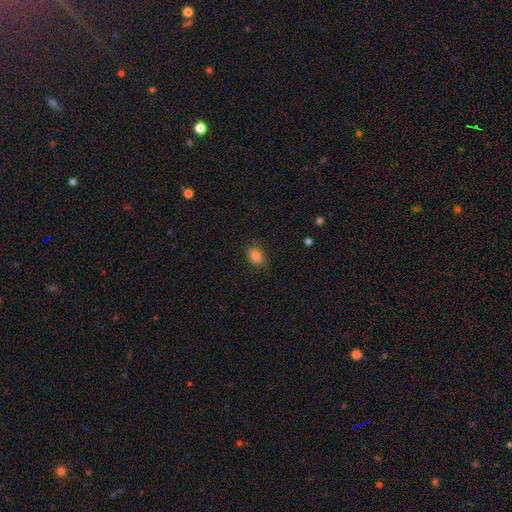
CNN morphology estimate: smooth_or_featured: smooth (p=0.85) [alt: star or artifact p=0.11]
how_rounded: in between (p=0.82) [alt: round p=0.17]
merging: none (p=0.82) [alt: minor disturbance p=0.14]